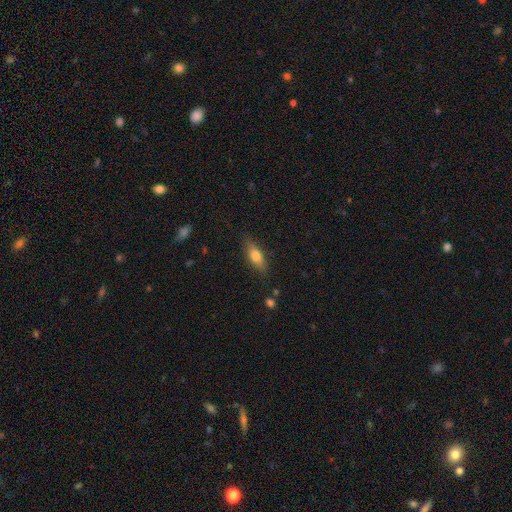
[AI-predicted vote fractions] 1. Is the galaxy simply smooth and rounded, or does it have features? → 65% smooth, 28% featured or disk, 7% star or artifact.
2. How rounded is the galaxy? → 60% in between, 36% cigar-shaped, 3% round.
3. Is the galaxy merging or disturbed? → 81% none, 14% minor disturbance, 3% major disturbance, 2% merger.